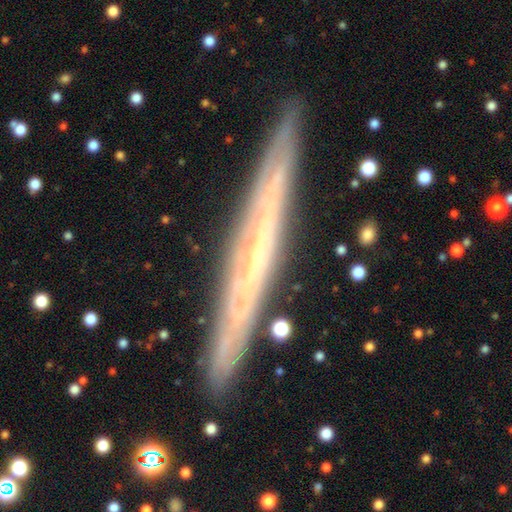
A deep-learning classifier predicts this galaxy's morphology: A featured or disk galaxy (66%) viewed edge-on (92%) with no central bulge (82%).

Vote fractions:
- Smooth or featured? featured or disk: 66% / smooth: 26% / star or artifact: 8%
- Edge-on disk? yes: 92% / no: 8%
- Edge-on bulge? none: 82% / rounded: 13% / boxy: 4%
- Merging? none: 89% / minor disturbance: 8% / major disturbance: 2% / merger: 1%